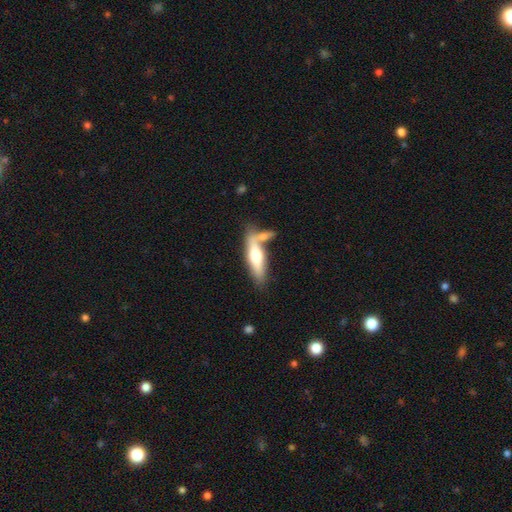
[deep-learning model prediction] Q: Smooth or featured?
A: smooth (51%); runner-up: featured or disk (44%)
Q: How rounded?
A: cigar-shaped (64%); runner-up: in between (34%)
Q: Merging?
A: none (51%); runner-up: merger (29%)